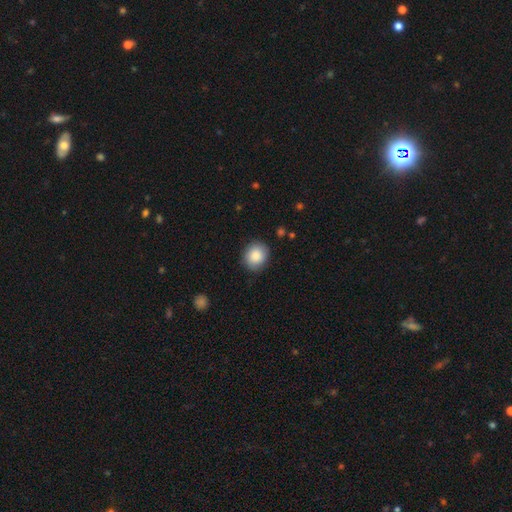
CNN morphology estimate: A smooth galaxy with no disk features (88%) that is round (80%).

Vote fractions:
- Smooth or featured? smooth: 88% / star or artifact: 8% / featured or disk: 5%
- How rounded? round: 80% / in between: 20% / cigar-shaped: 1%
- Merging? none: 86% / minor disturbance: 10% / major disturbance: 3% / merger: 1%